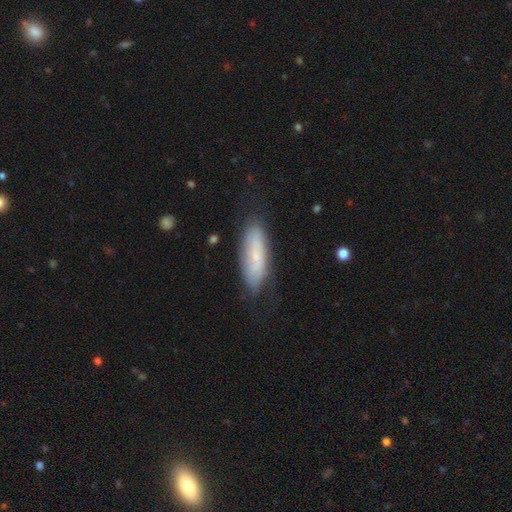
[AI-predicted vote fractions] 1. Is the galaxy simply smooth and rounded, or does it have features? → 61% smooth, 32% featured or disk, 7% star or artifact.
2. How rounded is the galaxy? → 55% in between, 43% cigar-shaped, 2% round.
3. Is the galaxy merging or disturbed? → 72% none, 20% minor disturbance, 6% major disturbance, 2% merger.